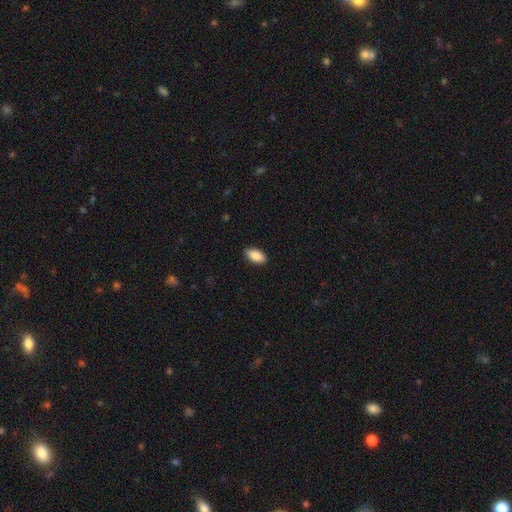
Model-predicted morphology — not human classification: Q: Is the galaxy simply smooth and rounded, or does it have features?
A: smooth — 89%.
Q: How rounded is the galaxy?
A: in between — 94%.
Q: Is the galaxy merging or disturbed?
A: none — 88%.